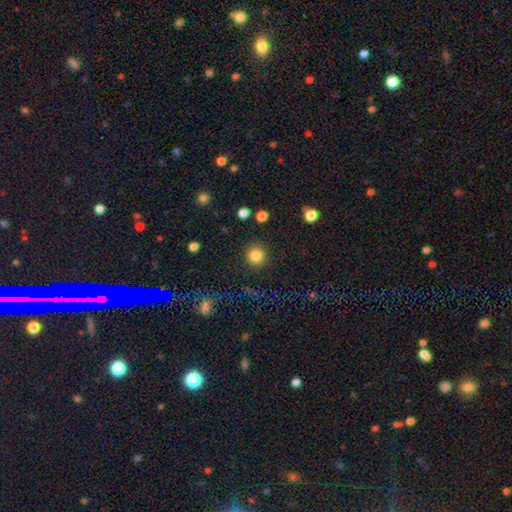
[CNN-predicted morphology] smooth 84%, star or artifact 11%, featured or disk 4%. Down the decision tree: how rounded — round (93%); merging — none (89%).